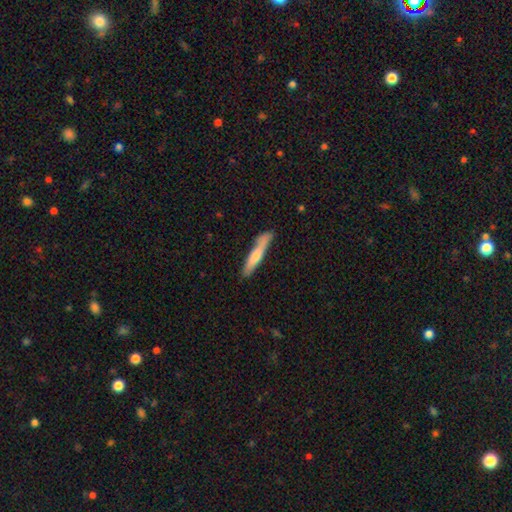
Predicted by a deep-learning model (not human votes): This appears to be a smooth galaxy with no disk features (56%) that is cigar-shaped (94%). Merging: none (82%).